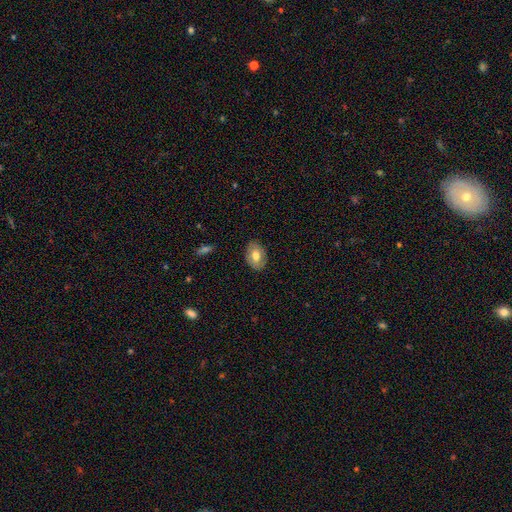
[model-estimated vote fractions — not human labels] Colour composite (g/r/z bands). It shows a smooth galaxy with no disk features (70%) that is in between round and cigar-shaped (82%). Merging: none (85%).